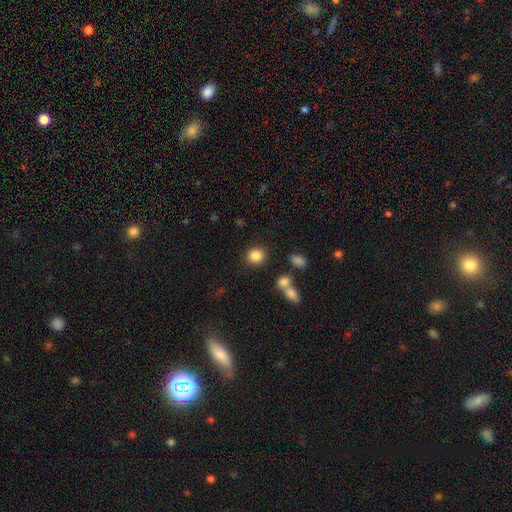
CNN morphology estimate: This appears to be a smooth galaxy with no disk features (86%) that is round (79%). Merging: none (82%).